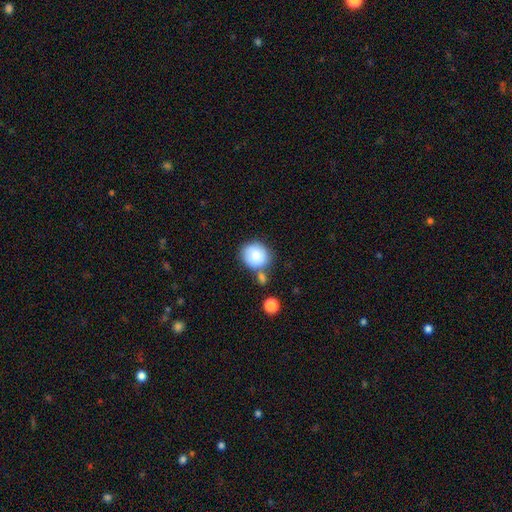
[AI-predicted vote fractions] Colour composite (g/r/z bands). It shows a smooth galaxy with no disk features (82%) that is round (81%). Merging: none (59%).